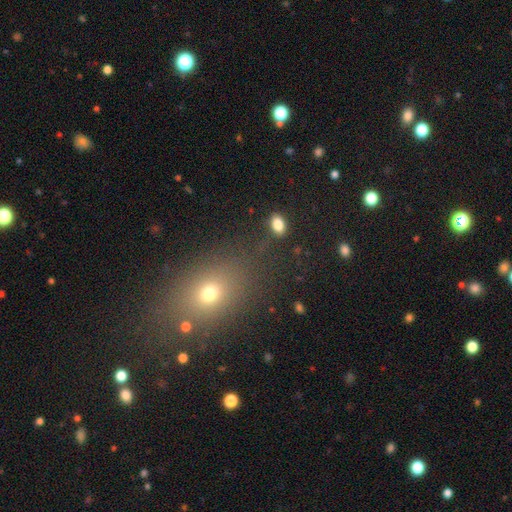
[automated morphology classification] Smooth or featured: smooth — 57% (star or artifact — 32%)
How rounded: in between — 58% (round — 36%)
Merging: none — 83% (minor disturbance — 9%)